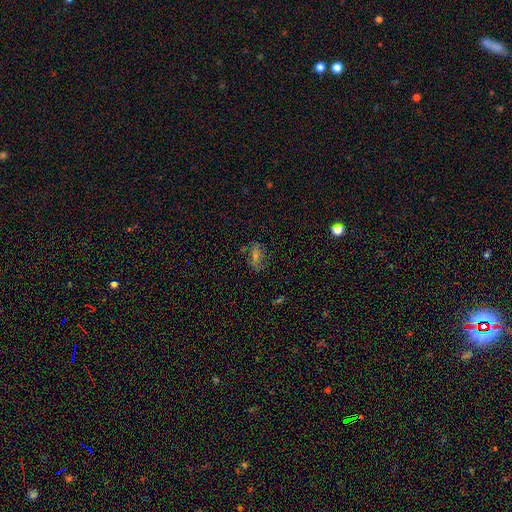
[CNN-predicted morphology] The model was most divided on "smooth or featured": smooth: 40%, featured or disk: 31%, star or artifact: 29%. More confident: merging — none (74%).